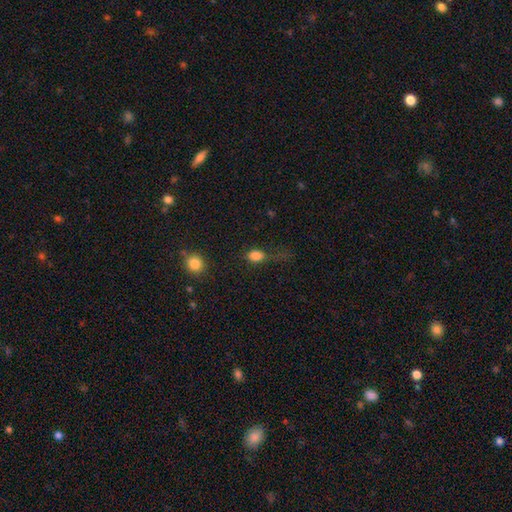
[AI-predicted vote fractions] This appears to be a smooth galaxy with no disk features (83%) that is in between round and cigar-shaped (70%). Merging: none (46%).